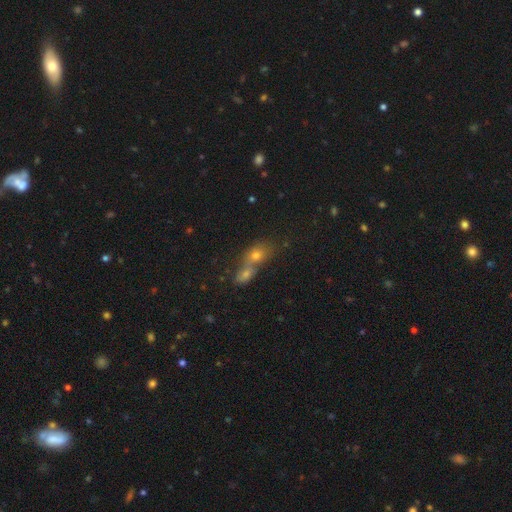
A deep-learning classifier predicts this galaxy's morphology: smooth 56%, star or artifact 24%, featured or disk 21%. Down the decision tree: how rounded — round (52%); merging — merger (68%).